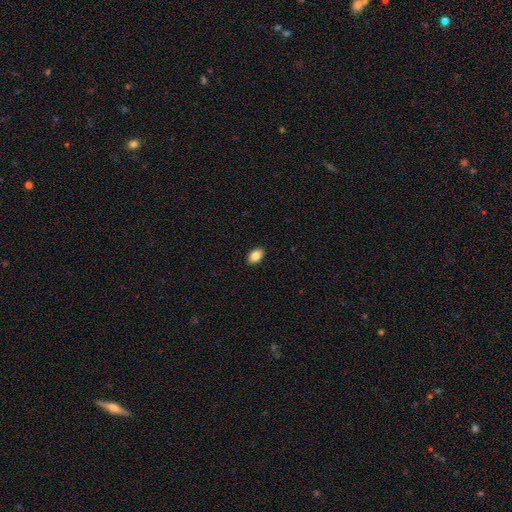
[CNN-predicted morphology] The model was most divided on "smooth or featured": smooth: 86%, star or artifact: 8%, featured or disk: 6%. More confident: how rounded — in between (91%); merging — none (90%).